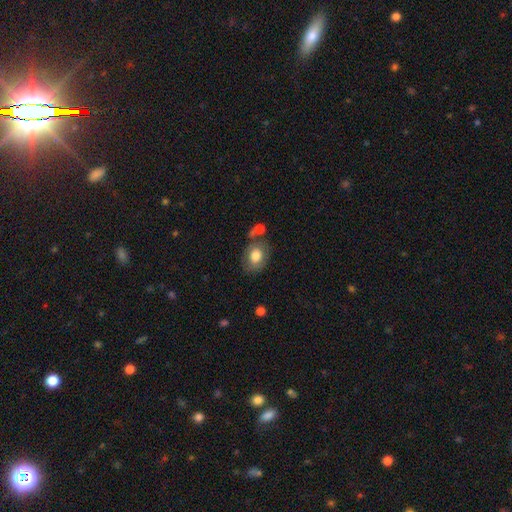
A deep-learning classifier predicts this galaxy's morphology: The model was most divided on "how rounded": in between: 56%, round: 43%, cigar-shaped: 1%. More confident: smooth or featured — smooth (76%); merging — none (62%).